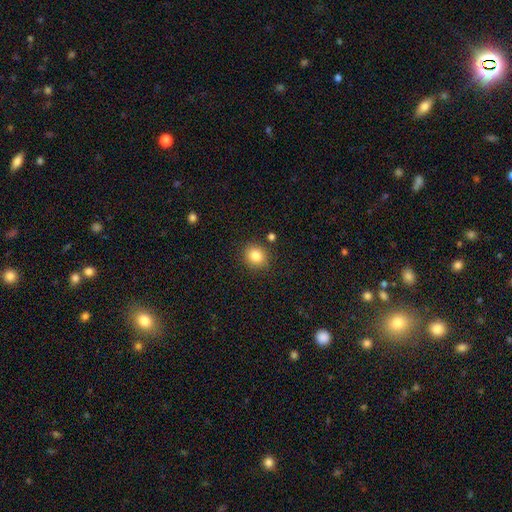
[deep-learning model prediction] Overall: smooth (84%). How rounded: round (81%). Merging: none (86%).